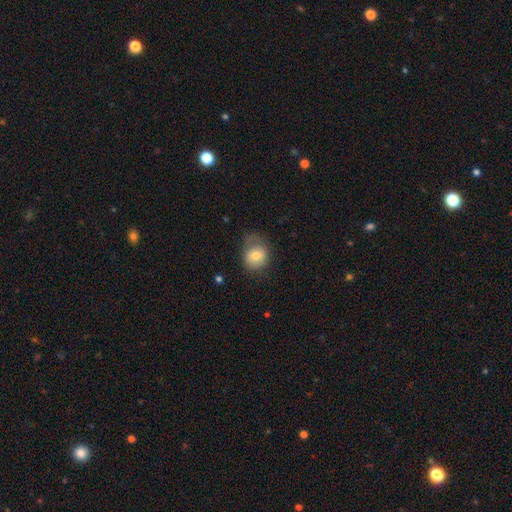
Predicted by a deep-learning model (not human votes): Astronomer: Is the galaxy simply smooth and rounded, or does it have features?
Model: smooth — 74%.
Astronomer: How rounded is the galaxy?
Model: round — 63%.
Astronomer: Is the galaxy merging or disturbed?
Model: none — 48% (runner-up: minor disturbance, 31%).